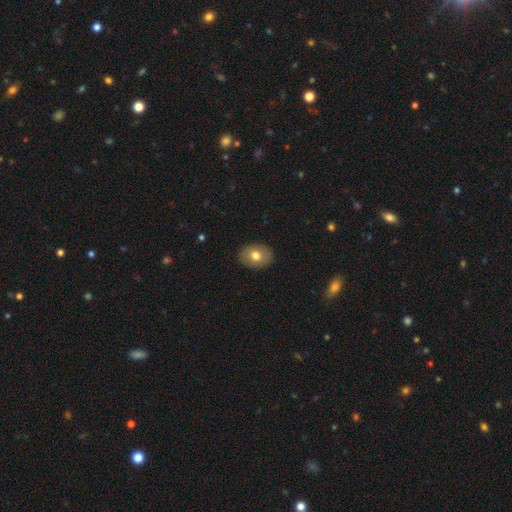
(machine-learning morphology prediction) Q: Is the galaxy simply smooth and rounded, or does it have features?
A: smooth — 74%.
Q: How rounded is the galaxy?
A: in between — 64%.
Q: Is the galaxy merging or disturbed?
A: none — 89%.